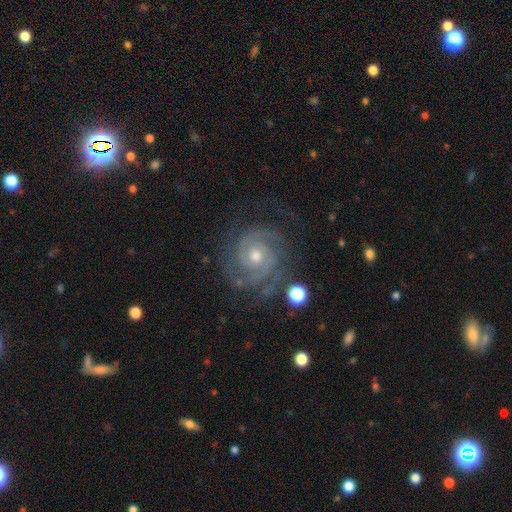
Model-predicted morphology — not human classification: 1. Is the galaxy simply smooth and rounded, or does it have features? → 89% featured or disk, 6% star or artifact, 5% smooth.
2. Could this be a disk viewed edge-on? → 98% no, 2% yes.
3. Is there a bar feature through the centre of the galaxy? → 72% no, 22% weak, 6% strong.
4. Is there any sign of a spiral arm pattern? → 98% yes, 2% no.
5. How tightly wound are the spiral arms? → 76% tight, 21% medium, 3% loose.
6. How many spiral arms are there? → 55% 2, 20% 3, 12% can't tell, 5% 4, 4% 1, 4% more than 4.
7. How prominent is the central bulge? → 55% moderate, 41% small, 2% large, 1% none, 1% dominant.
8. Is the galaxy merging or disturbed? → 78% none, 14% minor disturbance, 6% major disturbance, 2% merger.